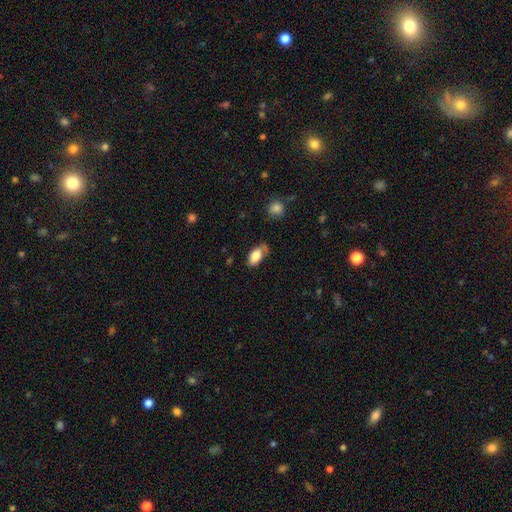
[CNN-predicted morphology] smooth 82%, featured or disk 11%, star or artifact 7%. Down the decision tree: how rounded — in between (93%); merging — none (62%).